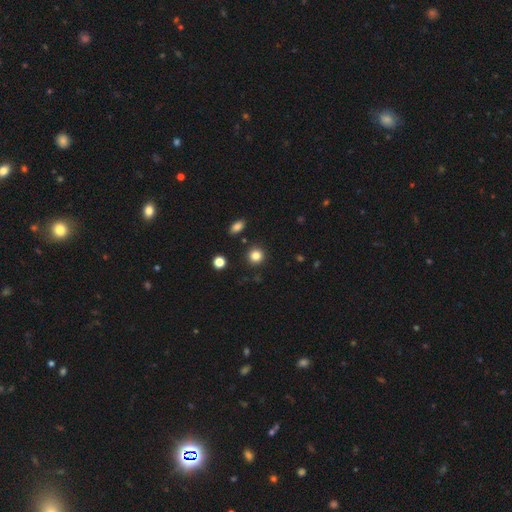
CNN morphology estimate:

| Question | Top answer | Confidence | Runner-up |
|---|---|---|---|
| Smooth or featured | smooth | 84% | star or artifact (12%) |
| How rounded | round | 92% | in between (7%) |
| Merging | none | 89% | minor disturbance (6%) |